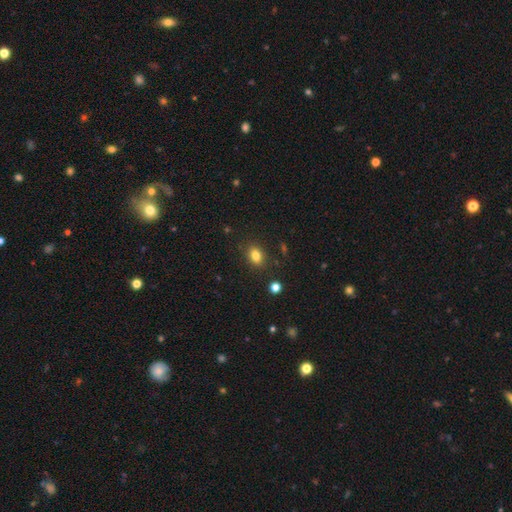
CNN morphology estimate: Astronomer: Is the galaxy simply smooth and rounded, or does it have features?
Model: smooth — 82%.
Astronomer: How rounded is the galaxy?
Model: in between — 71%.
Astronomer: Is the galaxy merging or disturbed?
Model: none — 84%.